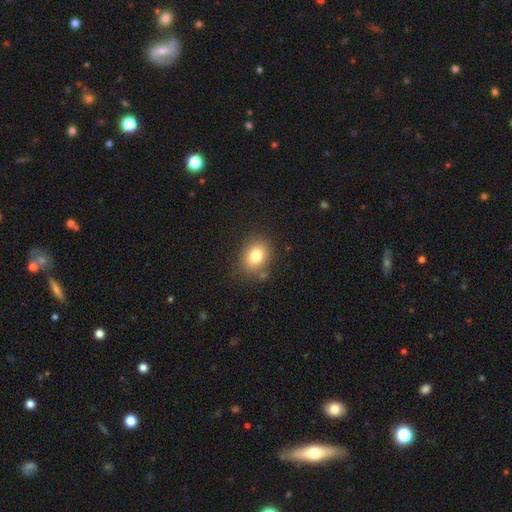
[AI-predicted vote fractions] Smooth or featured: smooth — 79% (star or artifact — 11%)
How rounded: in between — 52% (round — 47%)
Merging: none — 81% (minor disturbance — 12%)